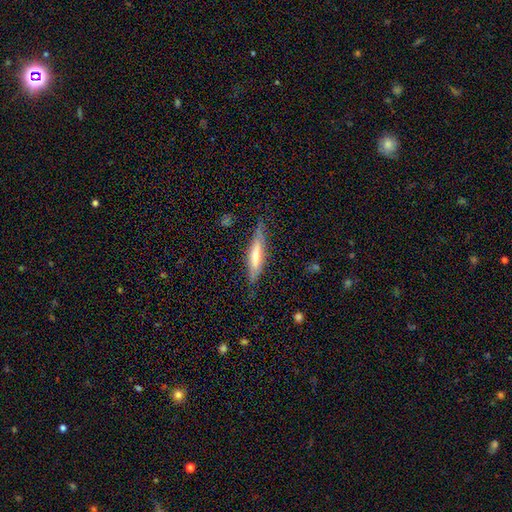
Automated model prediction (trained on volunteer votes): This appears to be a smooth galaxy with no disk features (50%). Merging: none (78%).